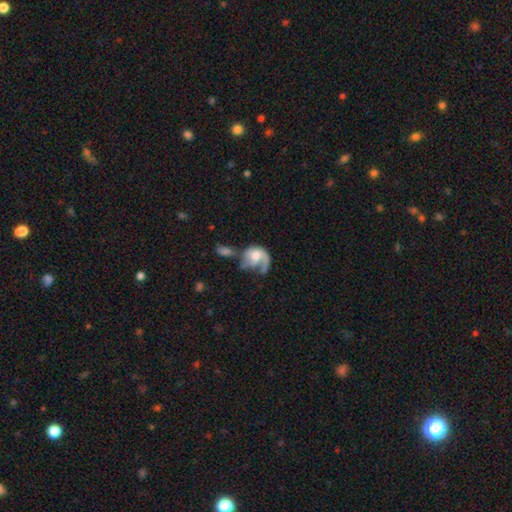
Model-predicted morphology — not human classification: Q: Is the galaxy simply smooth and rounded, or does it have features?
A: featured or disk — 59%.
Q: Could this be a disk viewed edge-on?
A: no — 97%.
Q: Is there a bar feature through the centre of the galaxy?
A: no — 73%.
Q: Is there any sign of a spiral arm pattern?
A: yes — 75%.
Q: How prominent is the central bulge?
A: moderate — 60%.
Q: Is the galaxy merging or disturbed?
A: major disturbance — 38%.